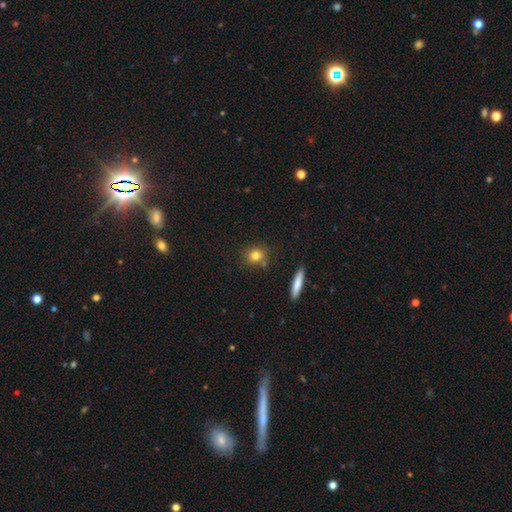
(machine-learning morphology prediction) The model was most divided on "how rounded": round: 78%, in between: 18%, cigar-shaped: 4%. More confident: merging — none (79%); smooth or featured — smooth (79%).